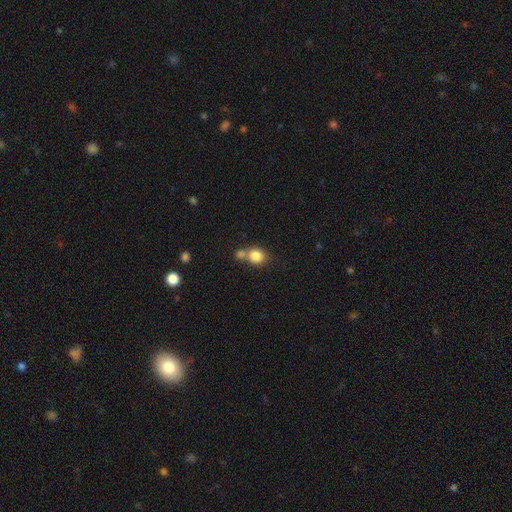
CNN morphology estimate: A smooth galaxy with no disk features (83%) that is round (69%). Merging: merger (46%).